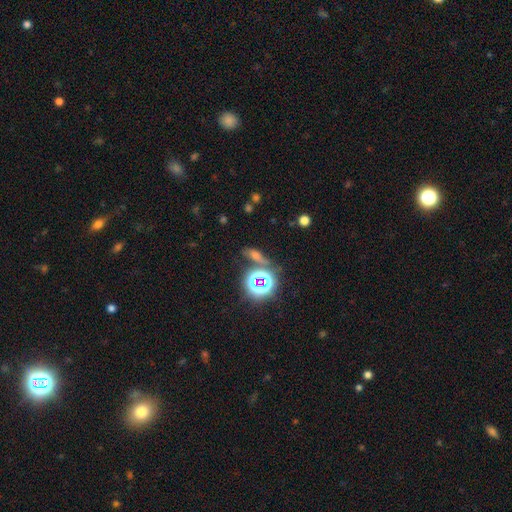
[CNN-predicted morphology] A star or artifact, not a galaxy (42%).

Vote fractions:
- Smooth or featured? star or artifact: 42% / smooth: 41% / featured or disk: 16%